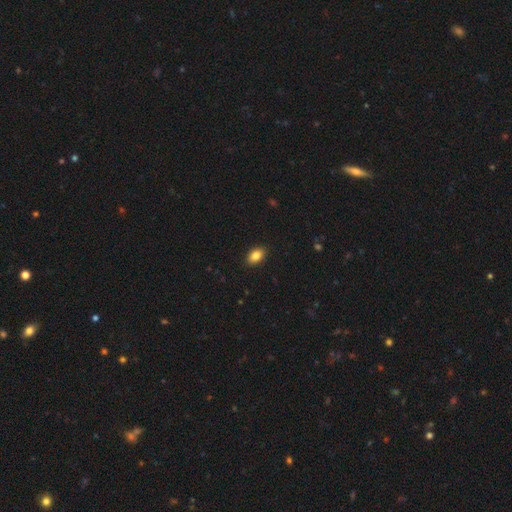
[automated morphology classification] smooth_or_featured: smooth (p=0.85) [alt: star or artifact p=0.08]
how_rounded: in between (p=0.88) [alt: round p=0.10]
merging: none (p=0.90) [alt: minor disturbance p=0.07]